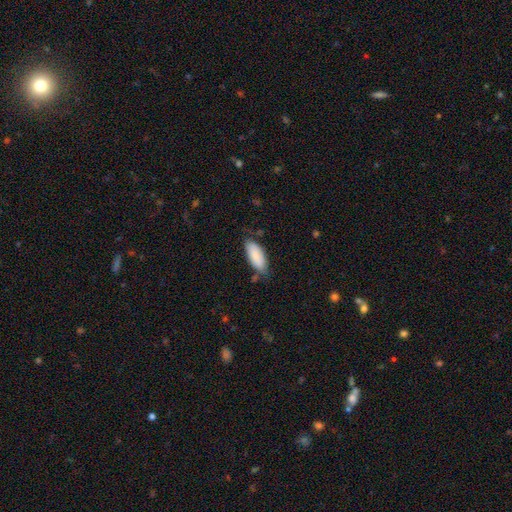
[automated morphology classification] Overall: smooth (88%). How rounded: in between (83%). Merging: none (69%).